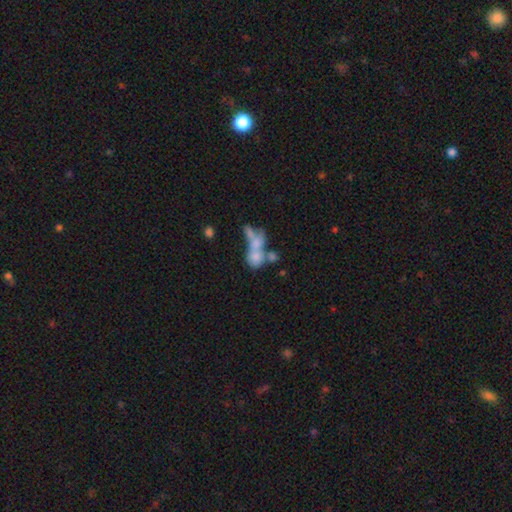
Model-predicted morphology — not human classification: A smooth galaxy with no disk features (59%) that is in between round and cigar-shaped (60%). Merging: merger (63%).